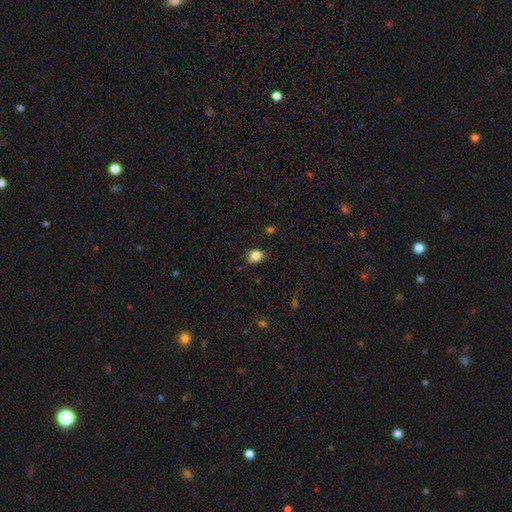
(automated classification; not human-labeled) Overall: smooth (84%). How rounded: round (62%; in between 37%). Merging: none (83%).